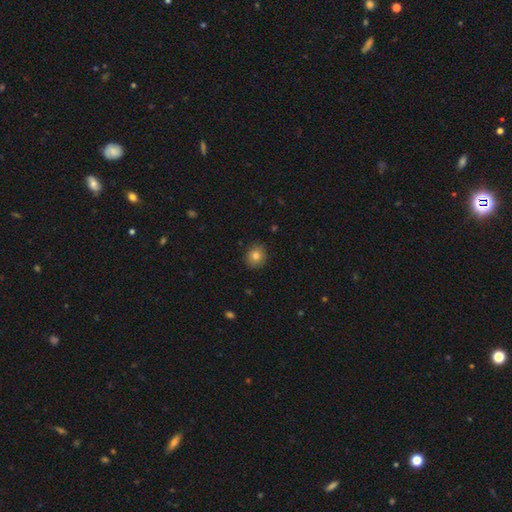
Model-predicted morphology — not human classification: A smooth galaxy with no disk features (80%) that is round (81%). Merging: none (90%).